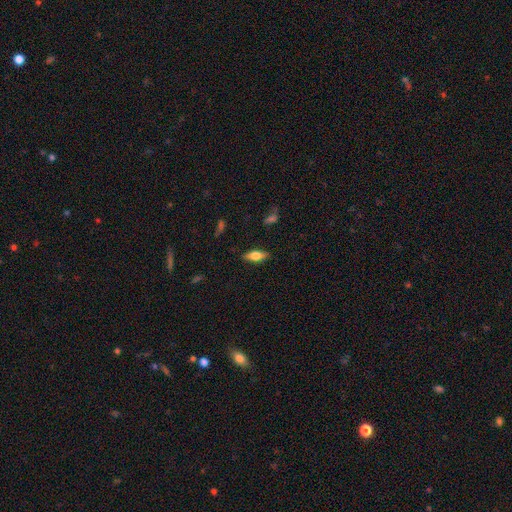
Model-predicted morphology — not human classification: The model was most divided on "smooth or featured": smooth: 62%, featured or disk: 30%, star or artifact: 8%. More confident: merging — none (85%); how rounded — in between (74%).